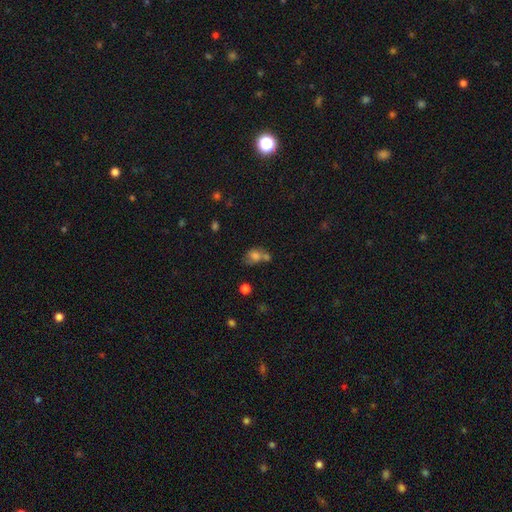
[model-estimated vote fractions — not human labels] Q: Smooth or featured?
A: smooth (71%); runner-up: star or artifact (15%)
Q: How rounded?
A: in between (55%); runner-up: round (43%)
Q: Merging?
A: merger (42%); runner-up: none (35%)